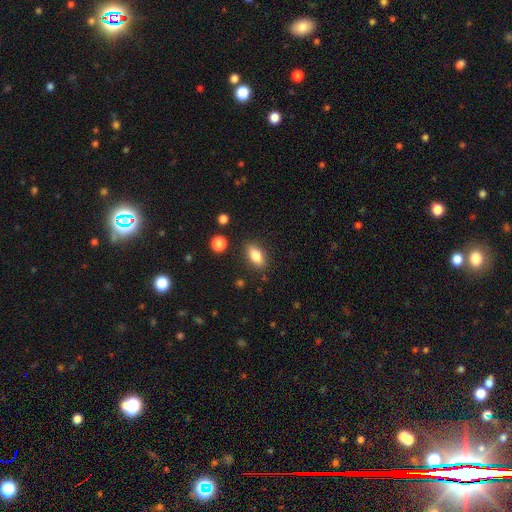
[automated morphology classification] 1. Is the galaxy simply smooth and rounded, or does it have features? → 83% smooth, 9% featured or disk, 8% star or artifact.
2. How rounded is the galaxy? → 86% in between, 9% cigar-shaped, 5% round.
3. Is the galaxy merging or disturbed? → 85% none, 10% minor disturbance, 3% major disturbance, 2% merger.